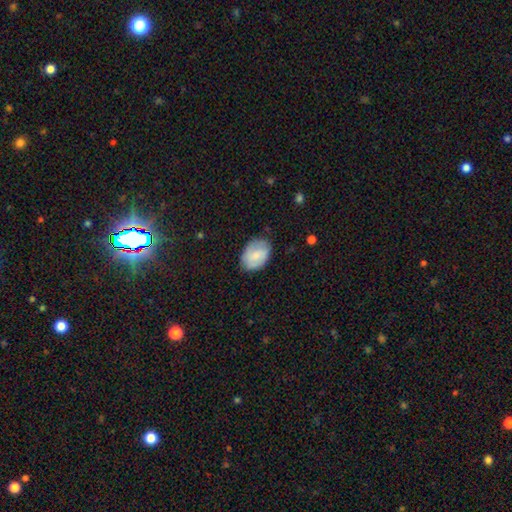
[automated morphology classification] smooth_or_featured: smooth (p=0.73) [alt: featured or disk p=0.21]
how_rounded: in between (p=0.81) [alt: round p=0.18]
merging: none (p=0.75) [alt: minor disturbance p=0.19]